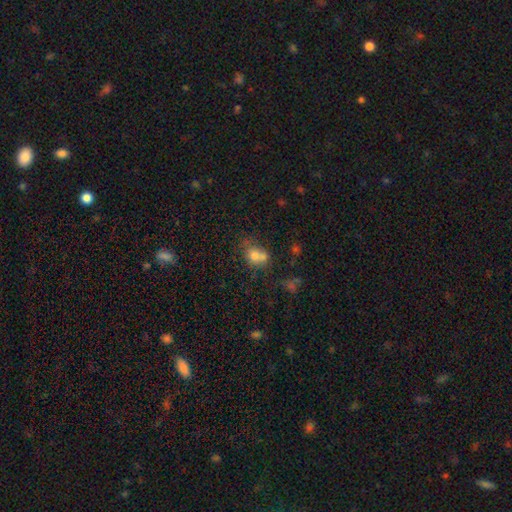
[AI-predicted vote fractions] Smooth or featured?
  - smooth: 72% *
  - featured or disk: 16%
  - star or artifact: 13%
How rounded?
  - round: 56% *
  - in between: 43%
  - cigar-shaped: 1%
Merging?
  - merger: 52% *
  - none: 30%
  - minor disturbance: 12%
  - major disturbance: 6%